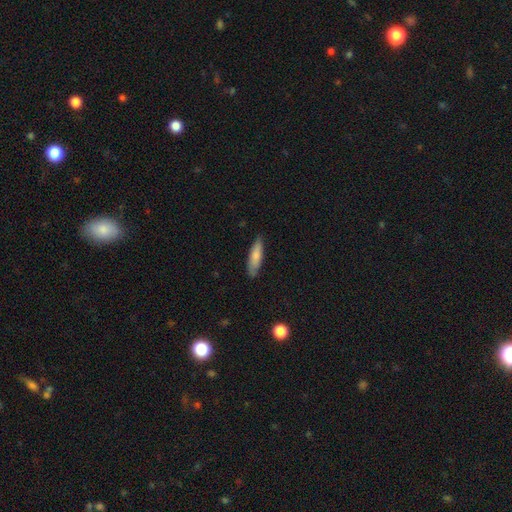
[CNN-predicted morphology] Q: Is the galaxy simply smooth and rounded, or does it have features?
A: smooth — 76%.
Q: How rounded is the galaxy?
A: cigar-shaped — 65%.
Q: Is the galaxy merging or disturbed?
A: none — 80%.